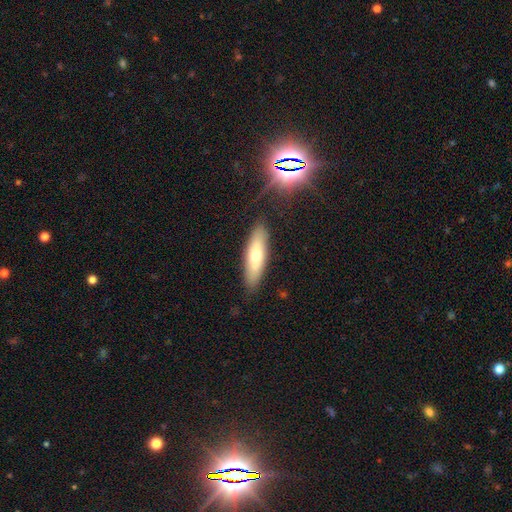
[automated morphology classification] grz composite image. It shows a smooth galaxy with no disk features (61%) that is cigar-shaped (58%). Merging: none (85%).